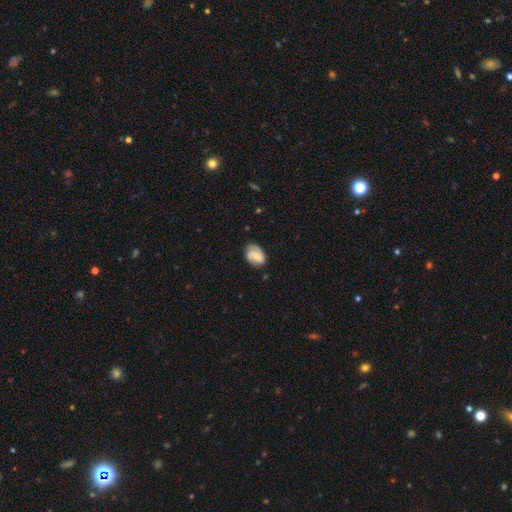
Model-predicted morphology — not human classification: type=smooth (50%); roundness=in between (80%); merging=none (59%).